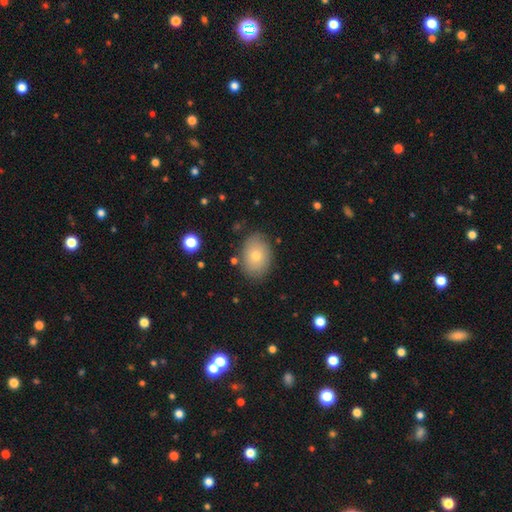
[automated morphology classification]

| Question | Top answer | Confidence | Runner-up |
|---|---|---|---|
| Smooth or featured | smooth | 72% | featured or disk (19%) |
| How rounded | in between | 71% | round (28%) |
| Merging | none | 83% | minor disturbance (12%) |